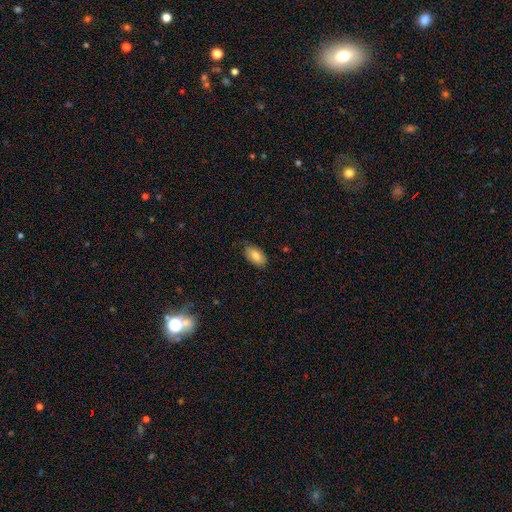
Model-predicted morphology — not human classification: Smooth or featured?
  - smooth: 81% *
  - featured or disk: 11%
  - star or artifact: 7%
How rounded?
  - in between: 93% *
  - round: 4%
  - cigar-shaped: 3%
Merging?
  - none: 78% *
  - minor disturbance: 18%
  - major disturbance: 3%
  - merger: 1%